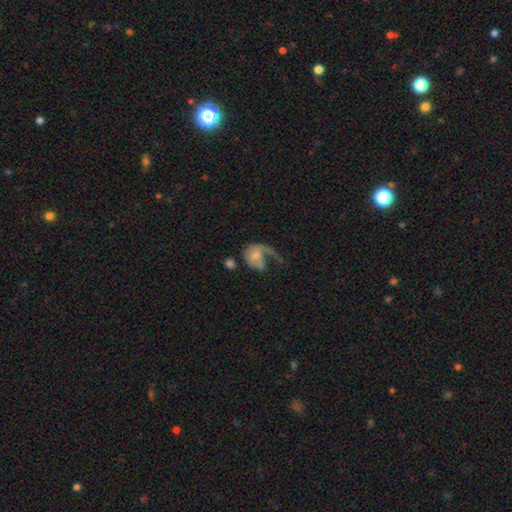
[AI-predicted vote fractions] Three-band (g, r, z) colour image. It shows a featured or disk galaxy (57%) with no bar (75%), spiral arms (70%) and a small central bulge (47%). Merging: major disturbance (59%).